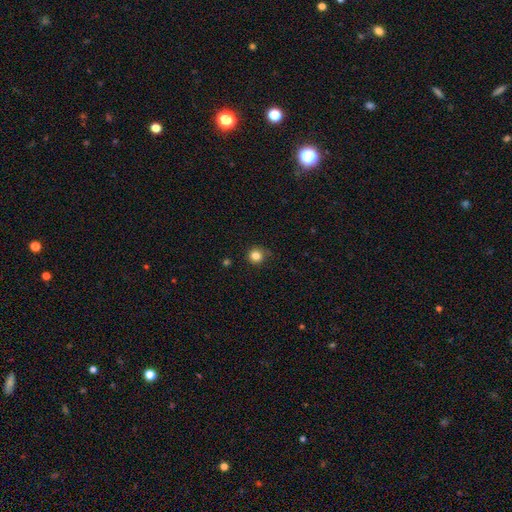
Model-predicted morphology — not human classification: Smooth or featured: smooth — 82% (star or artifact — 12%)
How rounded: round — 92% (in between — 7%)
Merging: none — 79% (minor disturbance — 16%)